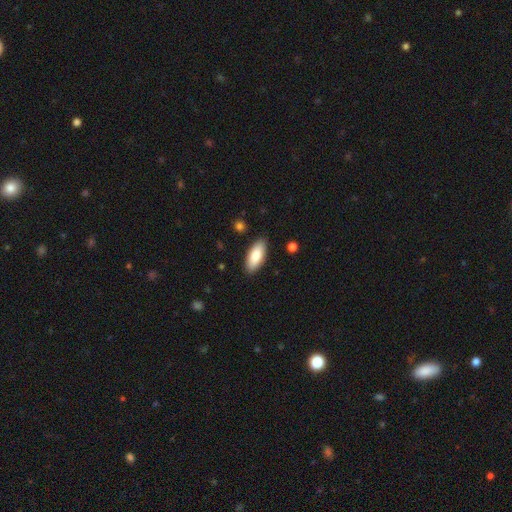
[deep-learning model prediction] This appears to be a smooth galaxy with no disk features (84%) that is in between round and cigar-shaped (83%). Merging: none (88%).